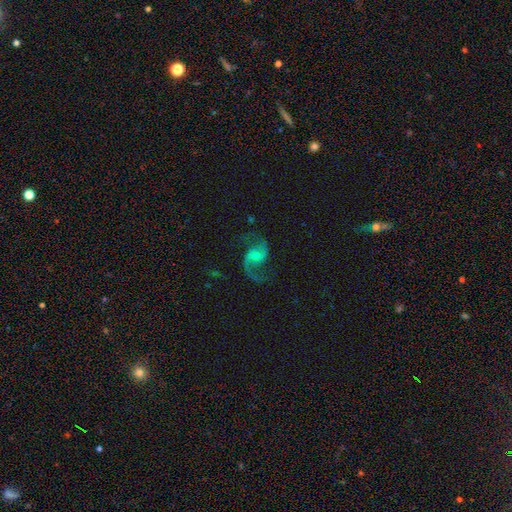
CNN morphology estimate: Overall: featured or disk (90%). Edge-on disk: no (98%). Bar: no (55%; weak 36%). Spiral arms: yes (98%). Spiral arm count: 2 (93%). Spiral winding: loose (53%; medium 40%). Bulge size: small (51%; moderate 42%). Merging: none (75%).